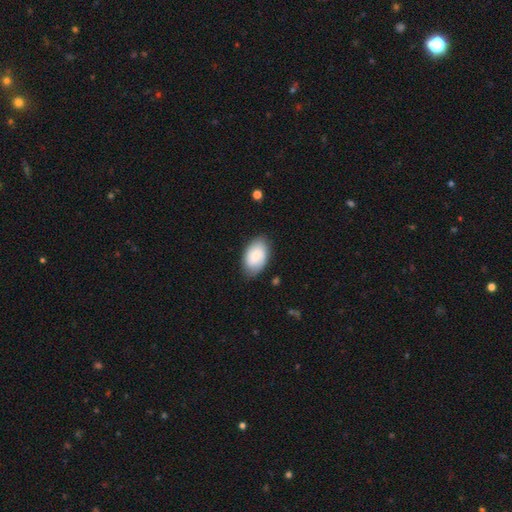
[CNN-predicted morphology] This is likely a smooth galaxy (66%). How rounded: clearly in between (91%). Merging: likely none (79%).